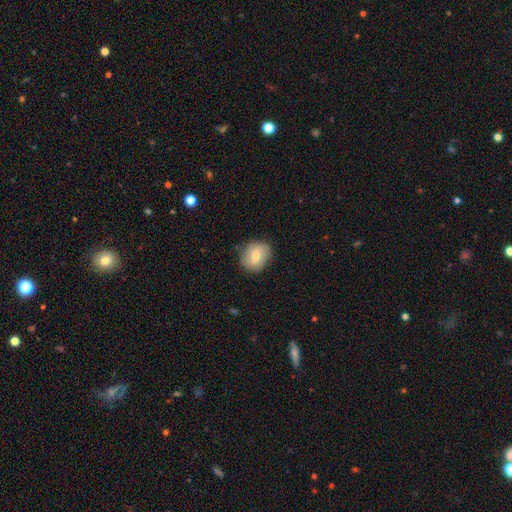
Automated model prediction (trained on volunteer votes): The model was most divided on "how rounded": round: 63%, in between: 36%, cigar-shaped: 1%. More confident: merging — none (80%); smooth or featured — smooth (71%).